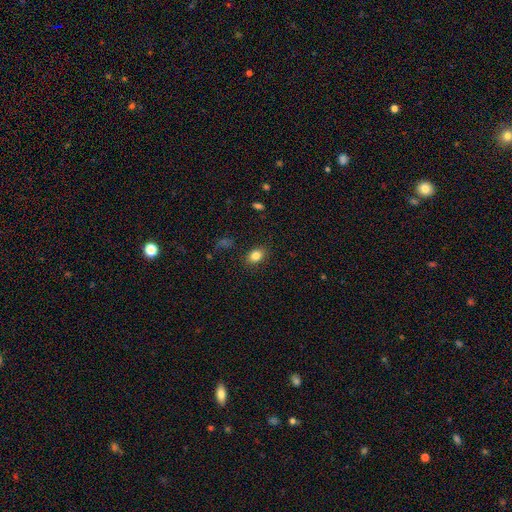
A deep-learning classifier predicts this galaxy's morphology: Smooth or featured: smooth — 83% (star or artifact — 10%)
How rounded: in between — 70% (round — 29%)
Merging: none — 86% (minor disturbance — 10%)